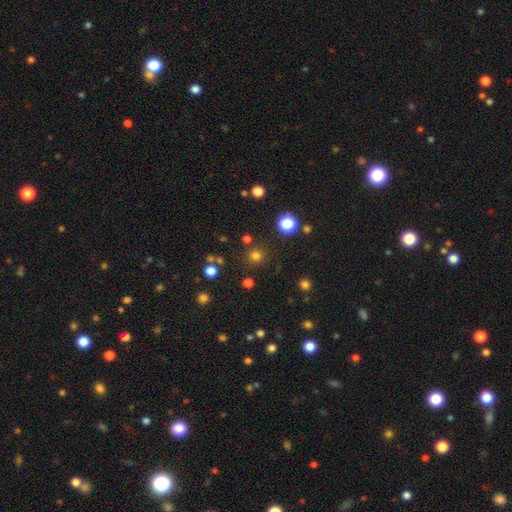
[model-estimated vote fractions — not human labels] Smooth or featured? Predicted: smooth (p=0.75). How rounded? Predicted: round (p=0.94). Merging? Predicted: none (p=0.86).